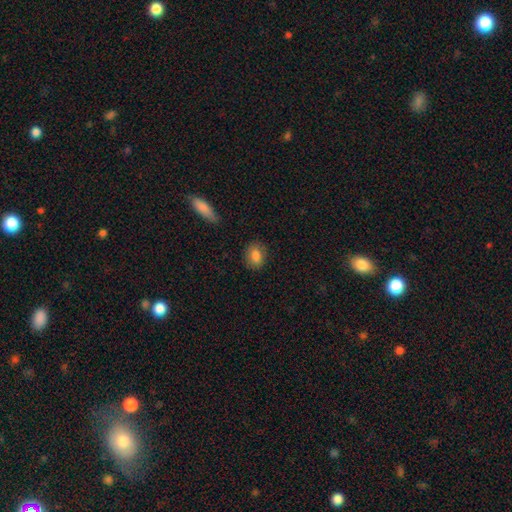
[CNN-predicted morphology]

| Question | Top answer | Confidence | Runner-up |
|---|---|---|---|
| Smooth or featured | smooth | 84% | star or artifact (8%) |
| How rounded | in between | 64% | round (35%) |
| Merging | none | 85% | minor disturbance (11%) |